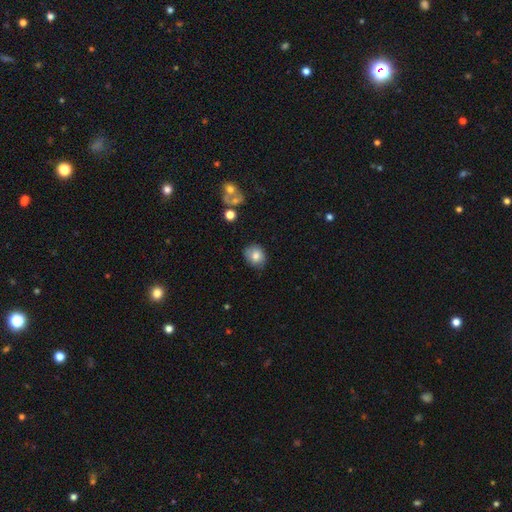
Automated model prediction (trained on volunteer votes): Smooth or featured? Predicted: smooth (p=0.73). How rounded? Predicted: round (p=0.58). Merging? Predicted: none (p=0.69).